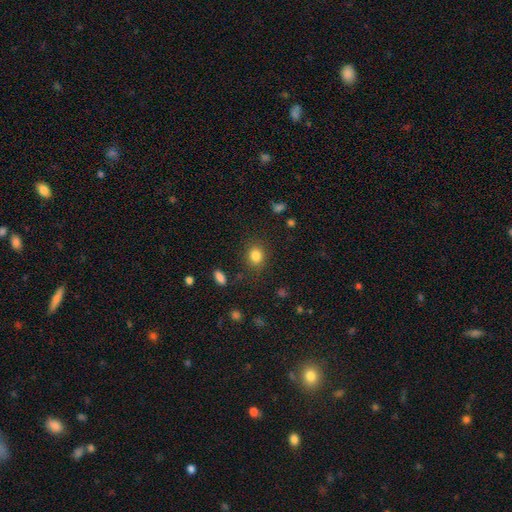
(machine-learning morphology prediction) Overall: smooth (84%). How rounded: round (66%; in between 33%). Merging: none (84%).